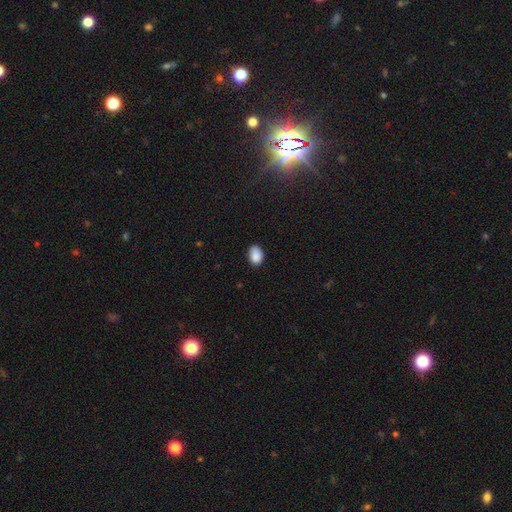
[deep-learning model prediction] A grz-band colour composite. It shows a smooth galaxy with no disk features (89%) that is in between round and cigar-shaped (85%). Merging: none (80%).